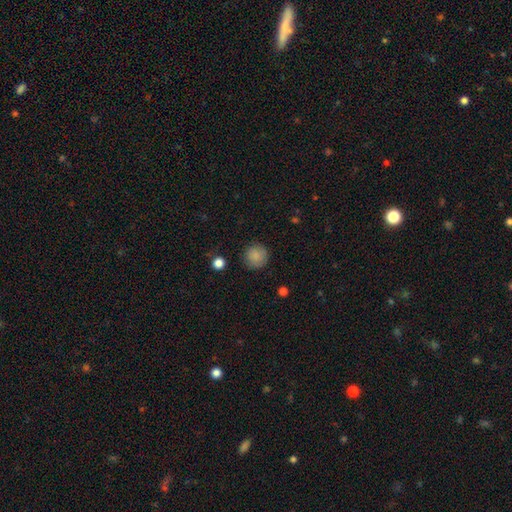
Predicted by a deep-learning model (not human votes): This is clearly a smooth galaxy (87%). How rounded: clearly round (94%). Merging: clearly none (87%).